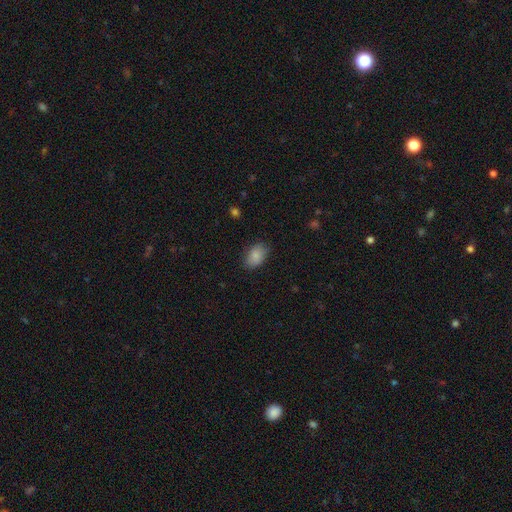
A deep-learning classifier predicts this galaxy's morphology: Smooth or featured?
  - smooth: 87% *
  - star or artifact: 7%
  - featured or disk: 6%
How rounded?
  - in between: 89% *
  - round: 9%
  - cigar-shaped: 1%
Merging?
  - none: 81% *
  - minor disturbance: 14%
  - major disturbance: 3%
  - merger: 1%